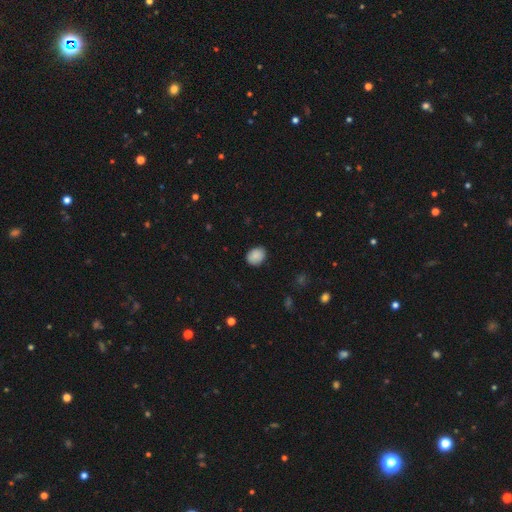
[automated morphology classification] A smooth galaxy with no disk features (88%) that is in between round and cigar-shaped (56%).

Vote fractions:
- Smooth or featured? smooth: 88% / star or artifact: 8% / featured or disk: 4%
- How rounded? in between: 56% / round: 44% / cigar-shaped: 1%
- Merging? none: 85% / minor disturbance: 11% / major disturbance: 2% / merger: 1%